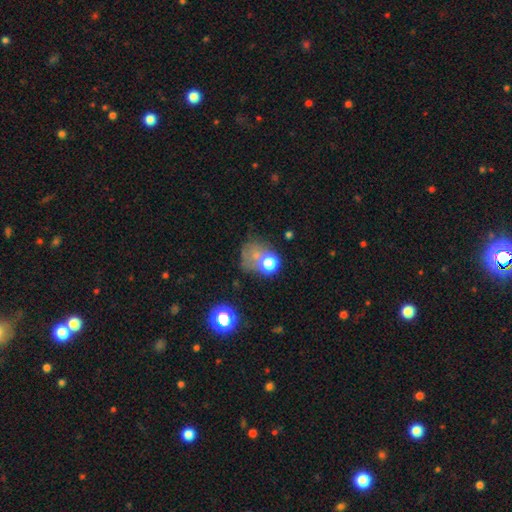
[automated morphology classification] type=smooth (59%); roundness=round (67%); merging=none (33%).